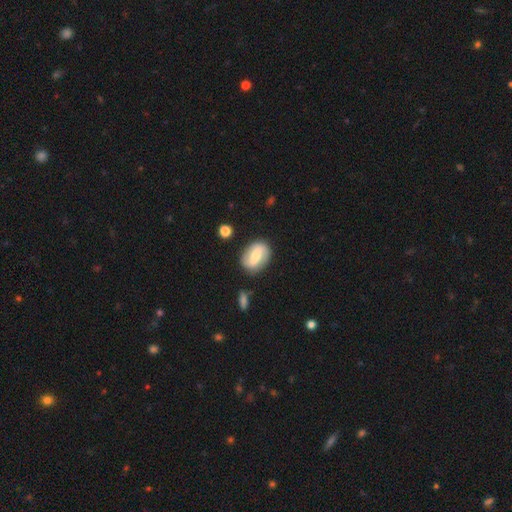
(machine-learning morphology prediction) A smooth galaxy with no disk features (49%). Merging: none (79%).